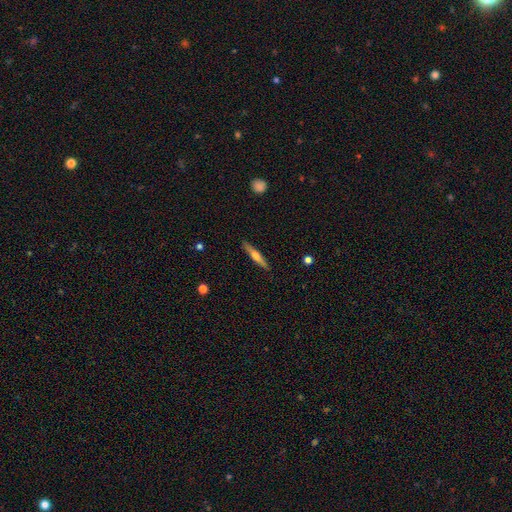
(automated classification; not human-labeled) Smooth or featured?
  - featured or disk: 53% *
  - smooth: 41%
  - star or artifact: 6%
Edge-on disk?
  - yes: 96% *
  - no: 4%
Edge-on bulge?
  - rounded: 81% *
  - none: 11%
  - boxy: 8%
Merging?
  - none: 90% *
  - minor disturbance: 7%
  - major disturbance: 2%
  - merger: 1%